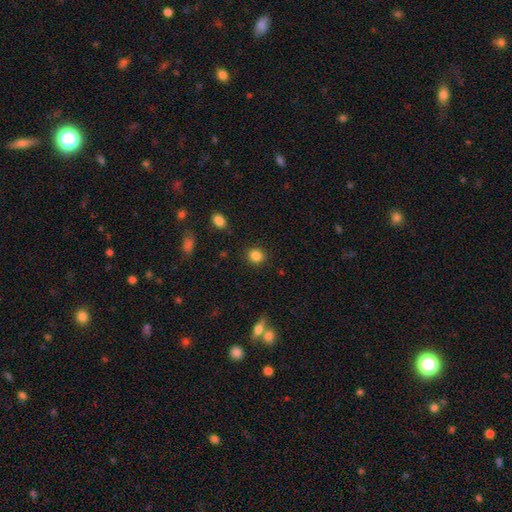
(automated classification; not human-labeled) Overall: smooth (85%). How rounded: round (77%). Merging: none (89%).